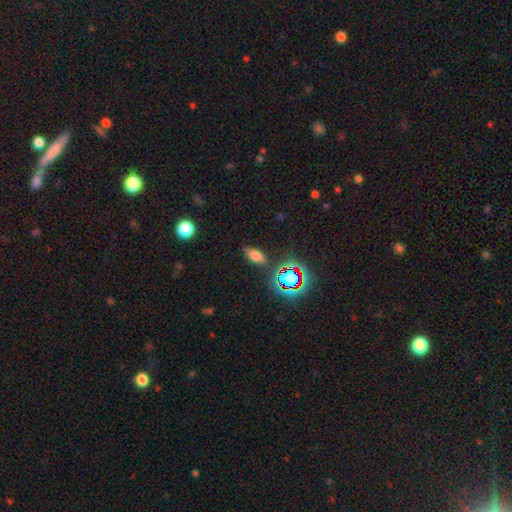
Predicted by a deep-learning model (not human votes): smooth-or-featured: smooth: 62% | star or artifact: 21% | featured or disk: 17%
  how-rounded: in between: 80% | cigar-shaped: 12% | round: 8%
  merging: none: 79% | minor disturbance: 14% | major disturbance: 4% | merger: 3%